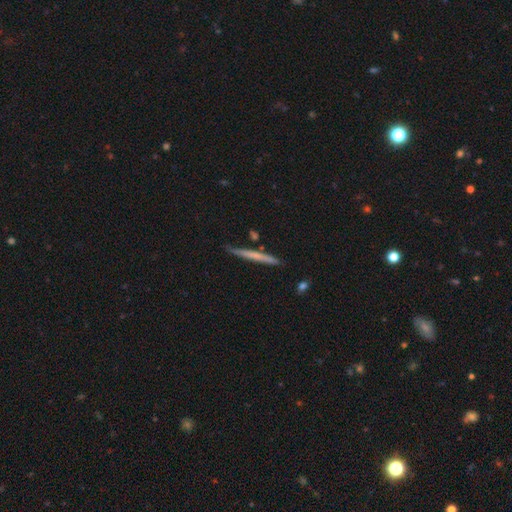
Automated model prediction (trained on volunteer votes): smooth 48%, featured or disk 46%, star or artifact 6%. Down the decision tree: merging — none (80%).